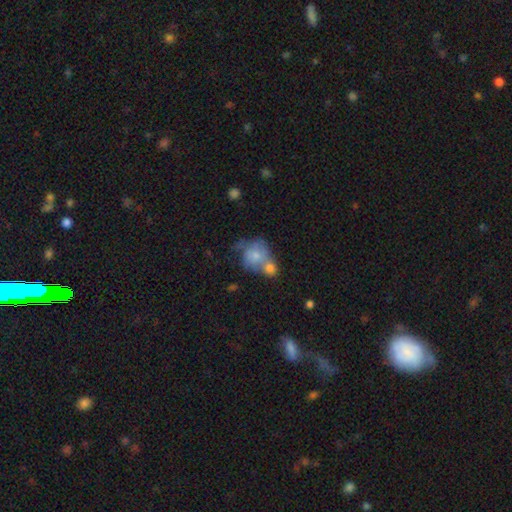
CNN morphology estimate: Smooth or featured?
  - smooth: 65% *
  - featured or disk: 27%
  - star or artifact: 8%
How rounded?
  - round: 62% *
  - in between: 36%
  - cigar-shaped: 1%
Merging?
  - merger: 56% *
  - none: 20%
  - minor disturbance: 13%
  - major disturbance: 11%